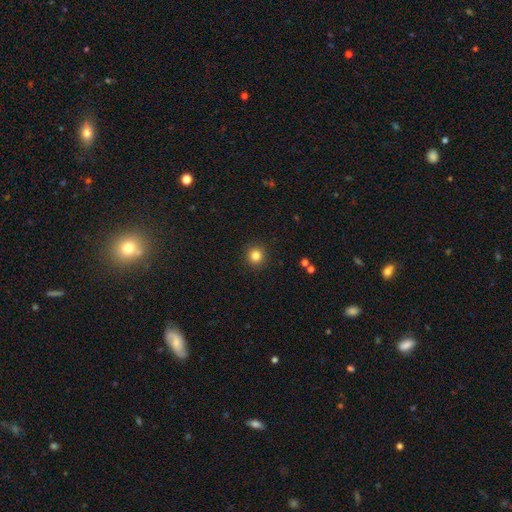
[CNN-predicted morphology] A smooth galaxy with no disk features (83%) that is round (94%). Merging: none (92%).